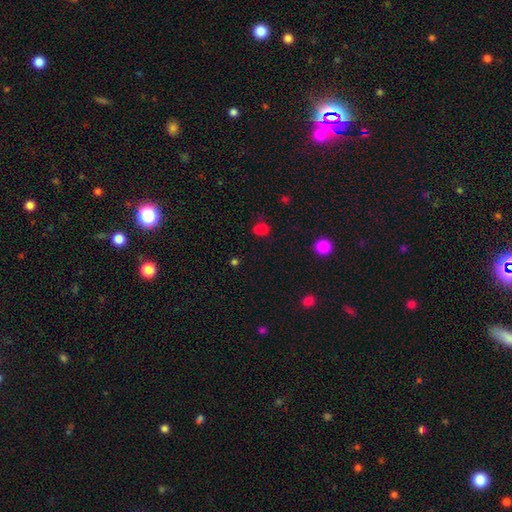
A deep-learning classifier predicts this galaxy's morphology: A smooth galaxy with no disk features (61%) that is round (55%). Merging: none (62%).